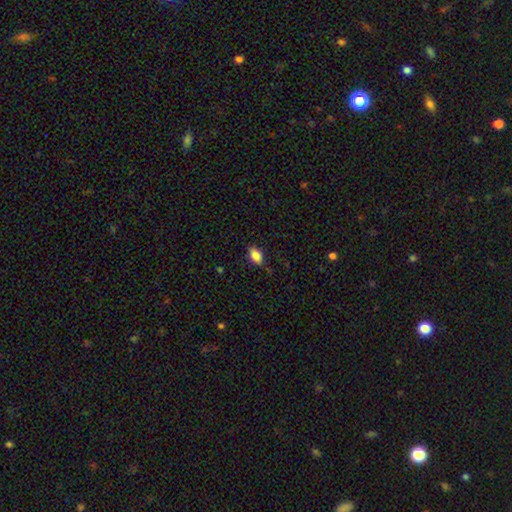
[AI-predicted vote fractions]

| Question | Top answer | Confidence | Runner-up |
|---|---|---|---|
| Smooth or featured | smooth | 84% | star or artifact (8%) |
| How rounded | in between | 88% | round (8%) |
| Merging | none | 81% | minor disturbance (15%) |